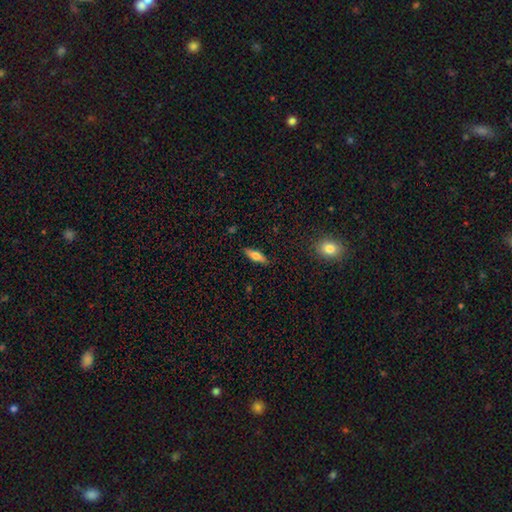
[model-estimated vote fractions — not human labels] A smooth galaxy with no disk features (66%) that is in between round and cigar-shaped (52%). Merging: none (87%).